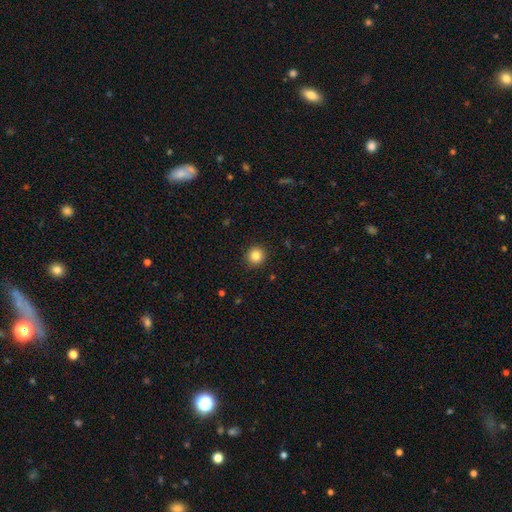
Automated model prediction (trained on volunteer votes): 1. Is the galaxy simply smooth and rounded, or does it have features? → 85% smooth, 10% star or artifact, 5% featured or disk.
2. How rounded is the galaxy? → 93% round, 7% in between, 1% cigar-shaped.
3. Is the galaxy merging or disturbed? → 91% none, 6% minor disturbance, 2% major disturbance, 1% merger.